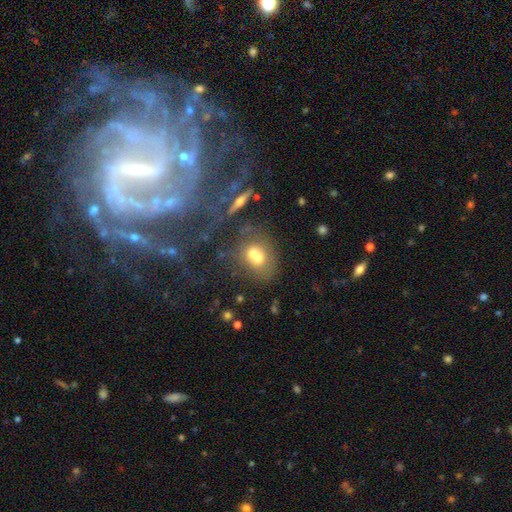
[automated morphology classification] A smooth galaxy with no disk features (55%) that is round (57%).

Vote fractions:
- Smooth or featured? smooth: 55% / featured or disk: 31% / star or artifact: 14%
- How rounded? round: 57% / in between: 41% / cigar-shaped: 2%
- Merging? merger: 56% / none: 28% / minor disturbance: 9% / major disturbance: 7%